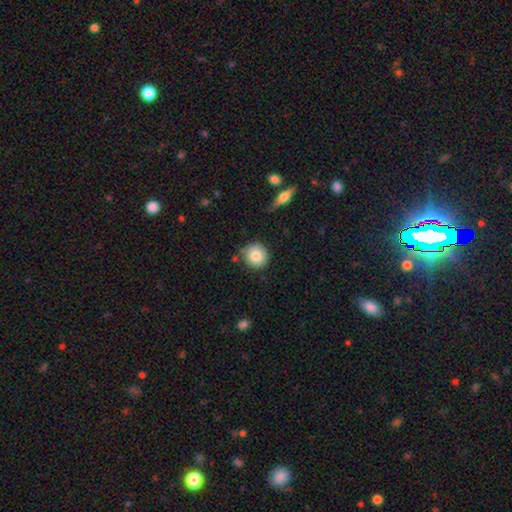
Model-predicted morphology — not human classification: This is clearly a smooth galaxy (83%). How rounded: clearly round (91%). Merging: likely none (79%).